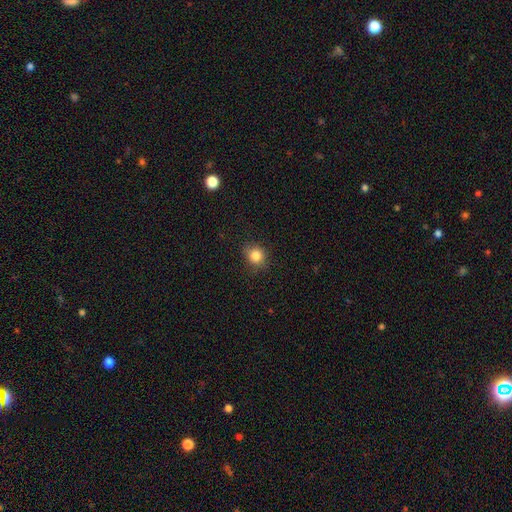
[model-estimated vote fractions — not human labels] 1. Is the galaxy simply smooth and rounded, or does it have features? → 83% smooth, 11% star or artifact, 6% featured or disk.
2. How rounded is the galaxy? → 73% round, 26% in between, 1% cigar-shaped.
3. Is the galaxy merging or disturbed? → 83% none, 13% minor disturbance, 3% major disturbance, 1% merger.